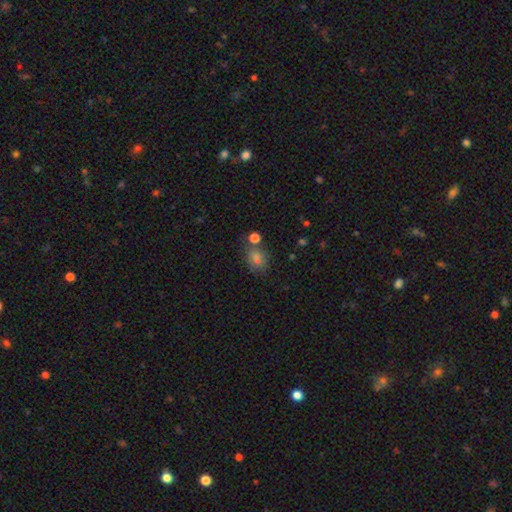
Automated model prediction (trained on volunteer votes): Smooth or featured? Predicted: smooth (p=0.63). How rounded? Predicted: round (p=0.55). Merging? Predicted: none (p=0.74).